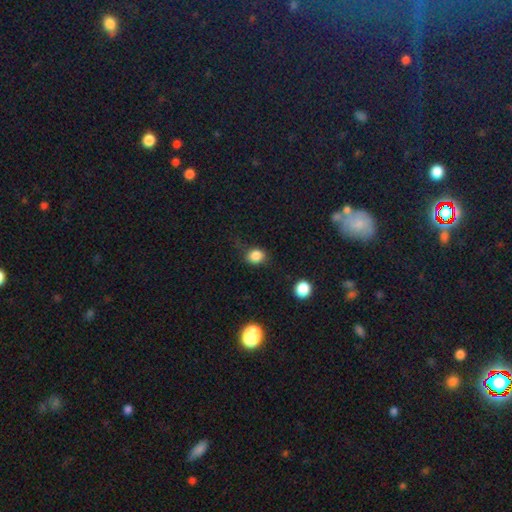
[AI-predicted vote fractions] smooth 84%, star or artifact 12%, featured or disk 4%. Down the decision tree: how rounded — round (63%); merging — none (74%).